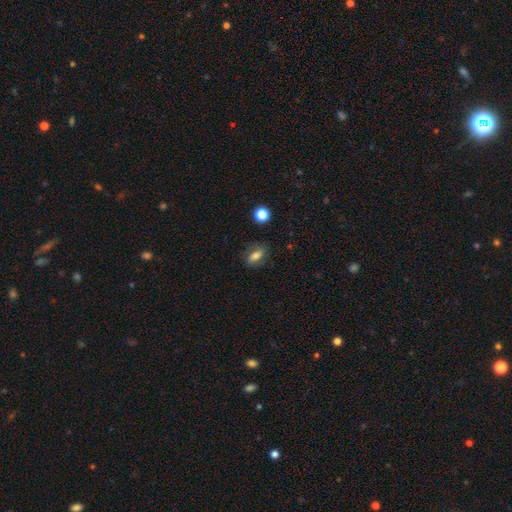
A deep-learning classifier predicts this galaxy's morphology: type=smooth (74%); roundness=in between (74%); merging=none (81%).